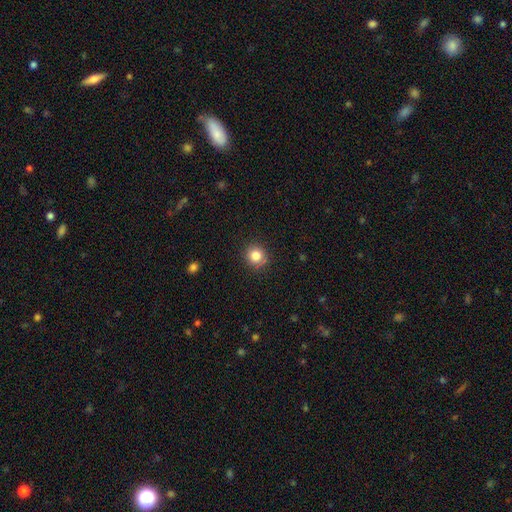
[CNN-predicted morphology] smooth_or_featured: smooth (p=0.82) [alt: star or artifact p=0.12]
how_rounded: round (p=0.92) [alt: in between p=0.07]
merging: none (p=0.89) [alt: minor disturbance p=0.07]